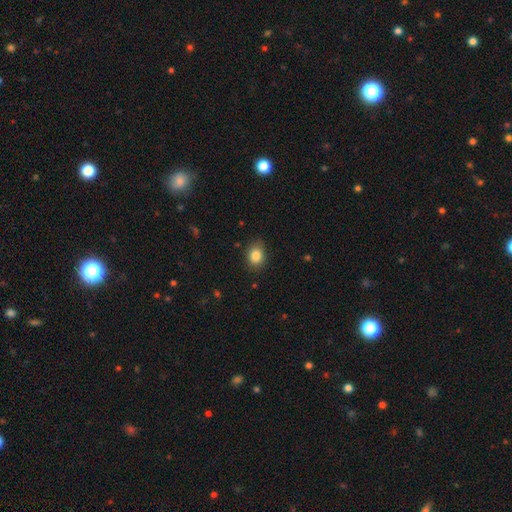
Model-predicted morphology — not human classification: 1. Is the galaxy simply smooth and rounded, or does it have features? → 85% smooth, 9% star or artifact, 6% featured or disk.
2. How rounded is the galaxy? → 57% in between, 42% round, 1% cigar-shaped.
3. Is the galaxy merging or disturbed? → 82% none, 14% minor disturbance, 3% major disturbance, 1% merger.